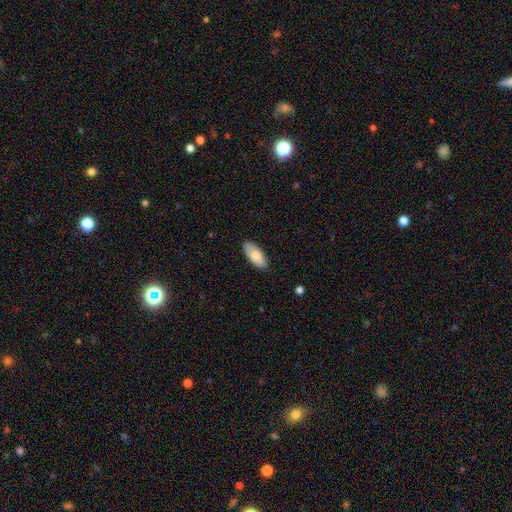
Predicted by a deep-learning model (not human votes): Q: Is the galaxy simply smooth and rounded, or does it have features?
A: smooth — 76%.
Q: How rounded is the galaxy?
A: in between — 88%.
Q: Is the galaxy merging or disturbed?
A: none — 85%.